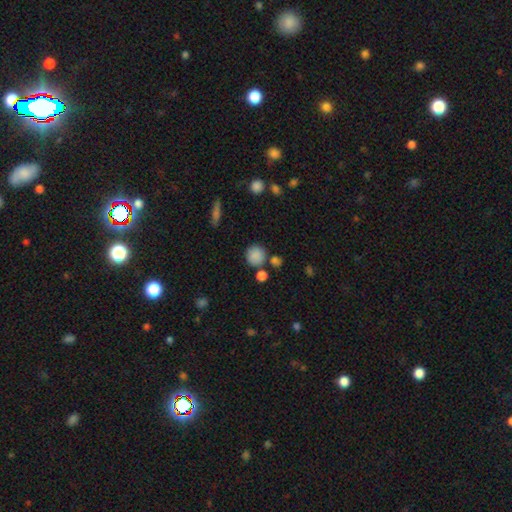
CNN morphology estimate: Smooth or featured: smooth — 85% (star or artifact — 10%)
How rounded: round — 89% (in between — 10%)
Merging: none — 73% (merger — 12%)